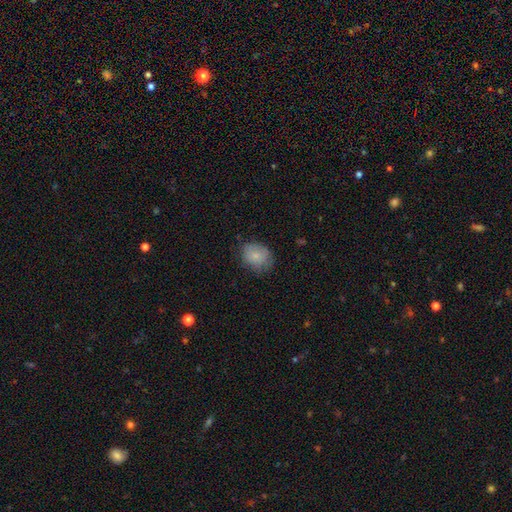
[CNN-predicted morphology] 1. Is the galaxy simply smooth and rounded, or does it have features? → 81% smooth, 11% featured or disk, 8% star or artifact.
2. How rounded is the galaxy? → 57% in between, 42% round, 1% cigar-shaped.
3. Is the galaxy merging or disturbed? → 66% none, 26% minor disturbance, 7% major disturbance, 1% merger.